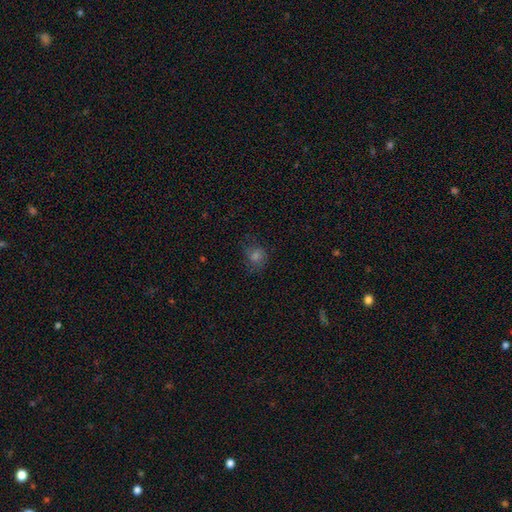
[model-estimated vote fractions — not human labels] Q: Smooth or featured?
A: smooth (55%); runner-up: star or artifact (26%)
Q: How rounded?
A: round (71%); runner-up: in between (28%)
Q: Merging?
A: none (67%); runner-up: minor disturbance (20%)